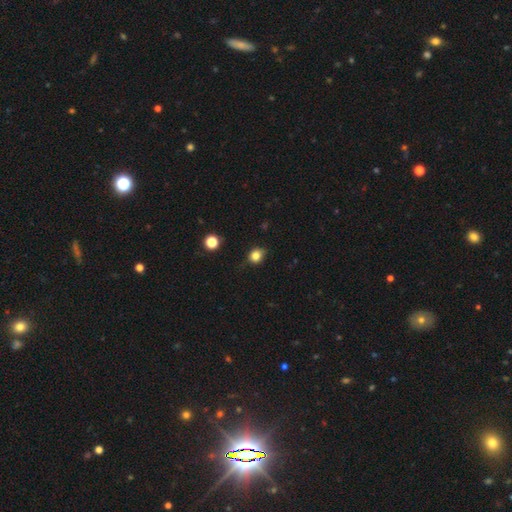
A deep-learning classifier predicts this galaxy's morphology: Smooth or featured: smooth — 82% (star or artifact — 12%)
How rounded: round — 63% (in between — 36%)
Merging: none — 75% (minor disturbance — 20%)